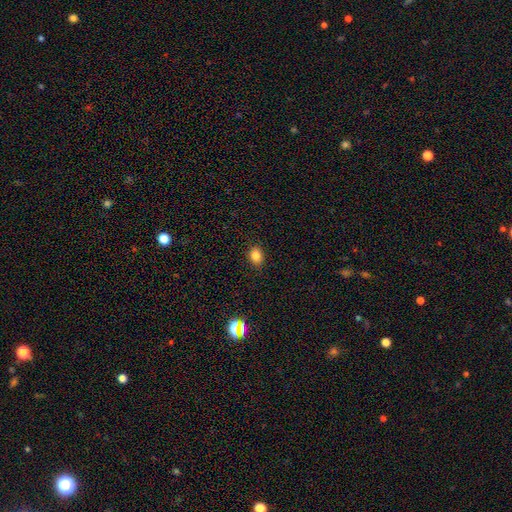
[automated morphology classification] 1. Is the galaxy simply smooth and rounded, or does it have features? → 81% smooth, 13% star or artifact, 5% featured or disk.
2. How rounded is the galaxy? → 59% in between, 40% round, 1% cigar-shaped.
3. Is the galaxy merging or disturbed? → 88% none, 8% minor disturbance, 2% major disturbance, 1% merger.